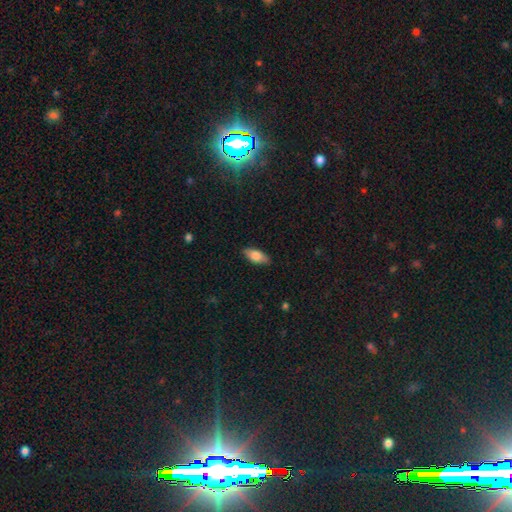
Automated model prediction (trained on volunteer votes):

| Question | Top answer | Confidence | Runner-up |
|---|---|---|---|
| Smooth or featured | smooth | 76% | featured or disk (17%) |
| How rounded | in between | 84% | cigar-shaped (13%) |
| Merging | none | 84% | minor disturbance (12%) |